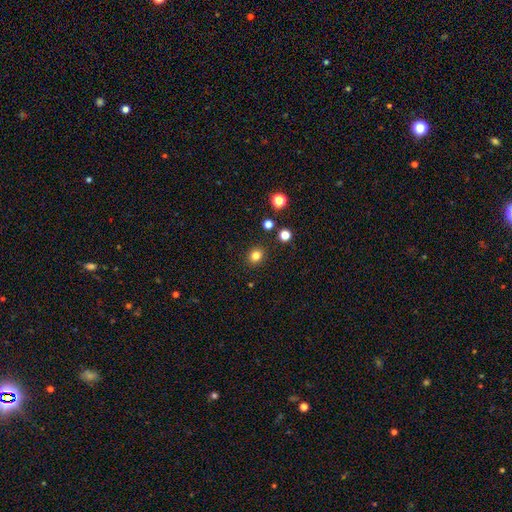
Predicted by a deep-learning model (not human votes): Q: Smooth or featured?
A: smooth (81%); runner-up: star or artifact (14%)
Q: How rounded?
A: round (79%); runner-up: in between (20%)
Q: Merging?
A: none (90%); runner-up: minor disturbance (6%)